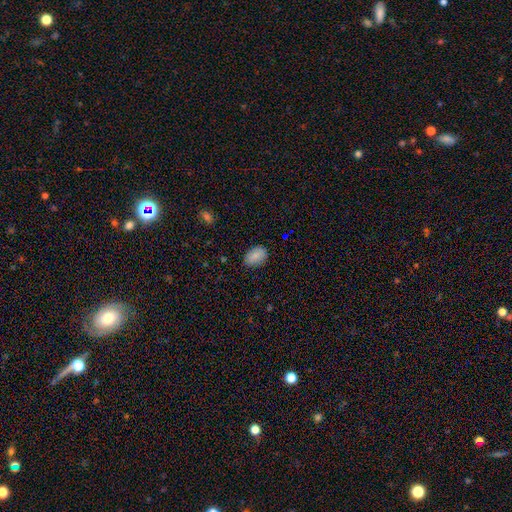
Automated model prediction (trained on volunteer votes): Q: Smooth or featured?
A: smooth (86%); runner-up: star or artifact (8%)
Q: How rounded?
A: in between (87%); runner-up: round (12%)
Q: Merging?
A: none (84%); runner-up: minor disturbance (13%)